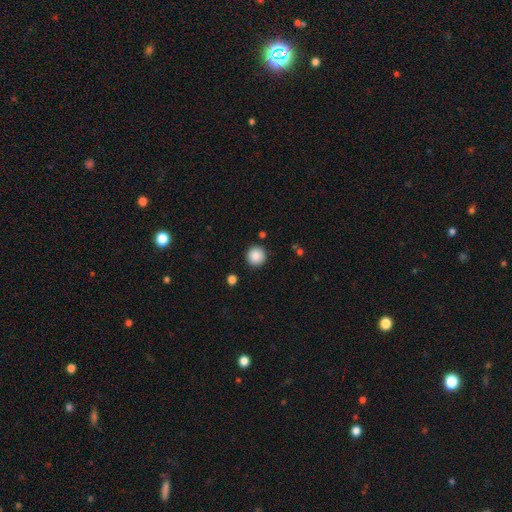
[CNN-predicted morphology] This appears to be a smooth galaxy with no disk features (88%) that is round (96%). Merging: none (91%).